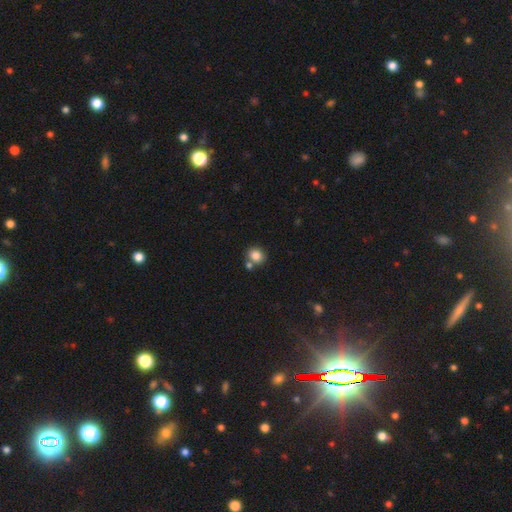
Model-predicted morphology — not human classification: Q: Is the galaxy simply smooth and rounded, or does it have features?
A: smooth — 84%.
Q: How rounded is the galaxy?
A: round — 63%.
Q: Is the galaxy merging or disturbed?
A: none — 62%.